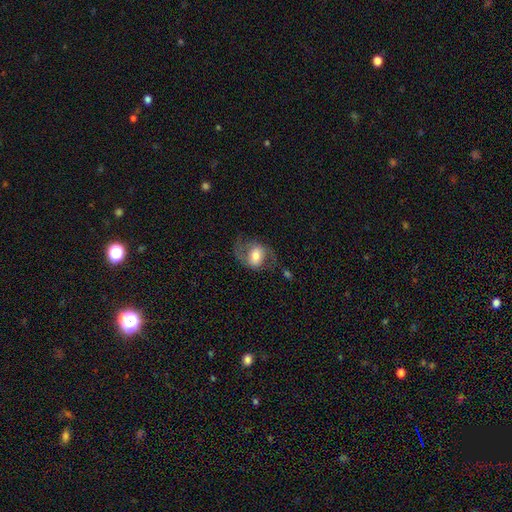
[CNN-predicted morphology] Overall: featured or disk (60%; smooth 33%). Edge-on disk: no (96%). Bar: weak (41%; no 37%). Spiral arms: yes (84%). Bulge size: moderate (58%; large 24%). Merging: none (61%).